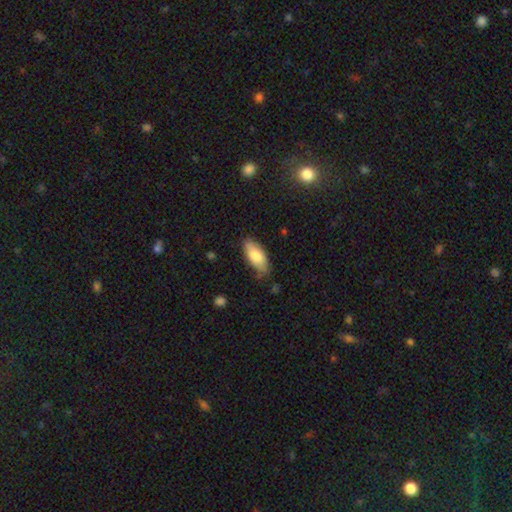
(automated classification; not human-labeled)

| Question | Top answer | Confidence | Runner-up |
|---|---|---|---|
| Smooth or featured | smooth | 80% | featured or disk (14%) |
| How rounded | in between | 83% | cigar-shaped (15%) |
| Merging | none | 78% | minor disturbance (18%) |